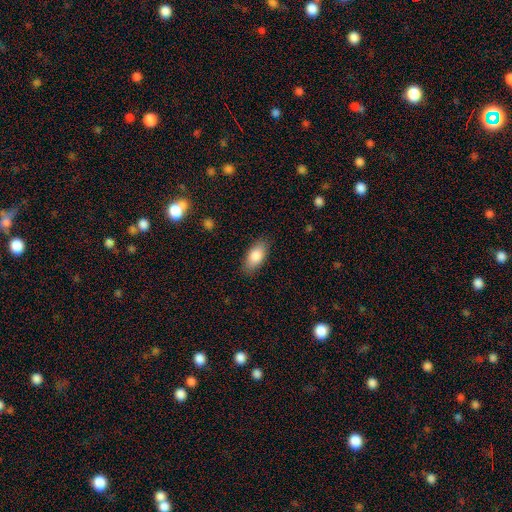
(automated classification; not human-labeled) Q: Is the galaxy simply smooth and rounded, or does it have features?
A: smooth — 84%.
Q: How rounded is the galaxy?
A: in between — 91%.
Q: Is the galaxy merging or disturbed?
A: none — 86%.